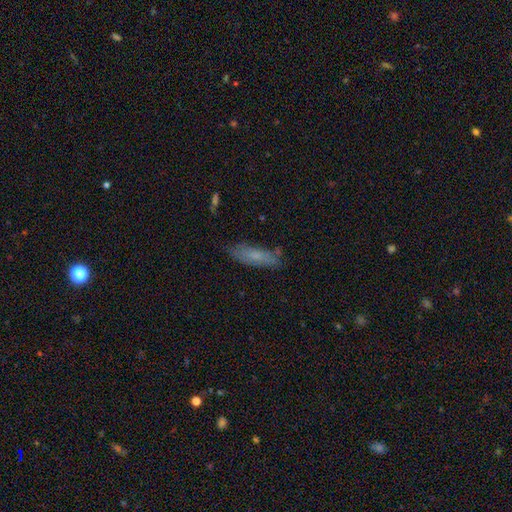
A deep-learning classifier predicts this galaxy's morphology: smooth-or-featured: smooth: 66% | featured or disk: 25% | star or artifact: 8%
  how-rounded: cigar-shaped: 57% | in between: 41% | round: 2%
  merging: none: 72% | minor disturbance: 20% | major disturbance: 5% | merger: 2%